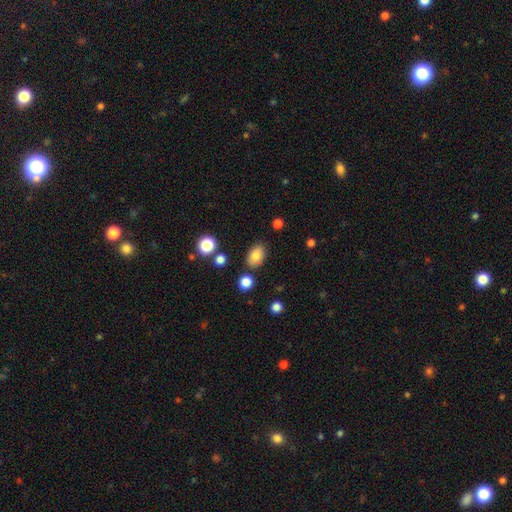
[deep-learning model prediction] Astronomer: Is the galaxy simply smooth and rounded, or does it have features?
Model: smooth — 82%.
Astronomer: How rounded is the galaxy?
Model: in between — 84%.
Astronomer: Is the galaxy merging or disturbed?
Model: none — 81%.